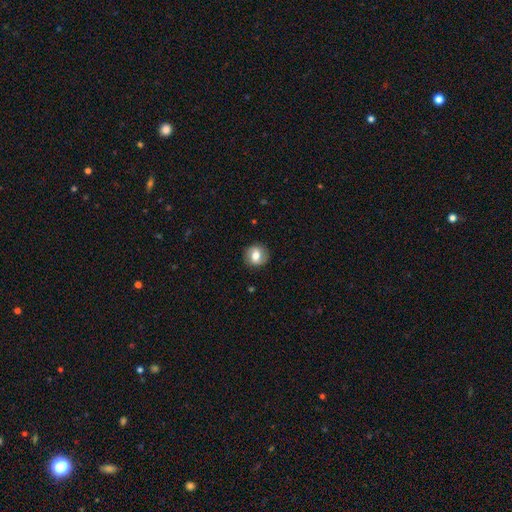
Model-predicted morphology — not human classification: The model was most divided on "smooth or featured": smooth: 61%, featured or disk: 31%, star or artifact: 9%. More confident: merging — none (87%); how rounded — round (80%).